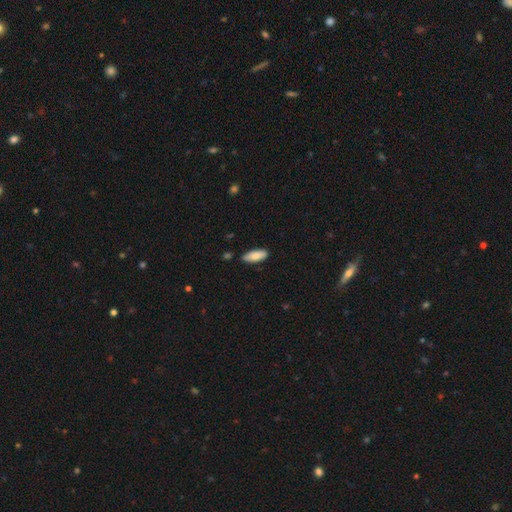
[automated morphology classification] A smooth galaxy with no disk features (82%) that is in between round and cigar-shaped (76%). Merging: none (81%).